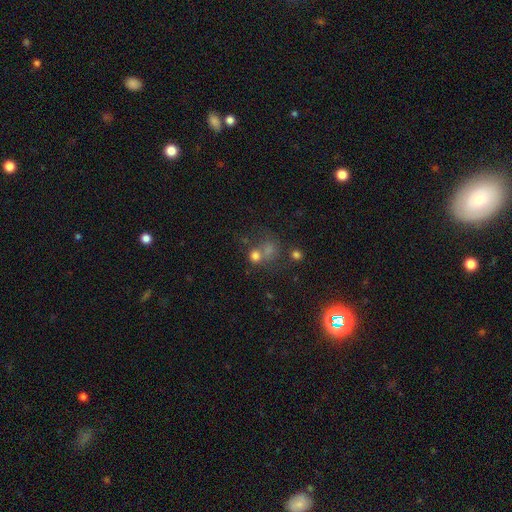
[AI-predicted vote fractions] The model was most divided on "merging": none: 44%, merger: 39%, minor disturbance: 10%, major disturbance: 8%. More confident: how rounded — round (79%); smooth or featured — smooth (70%).